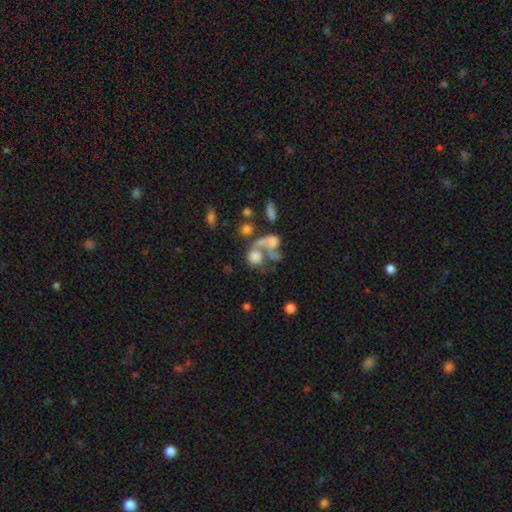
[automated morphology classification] Smooth or featured? Predicted: smooth (p=0.52). How rounded? Predicted: round (p=0.61). Merging? Predicted: merger (p=0.49).